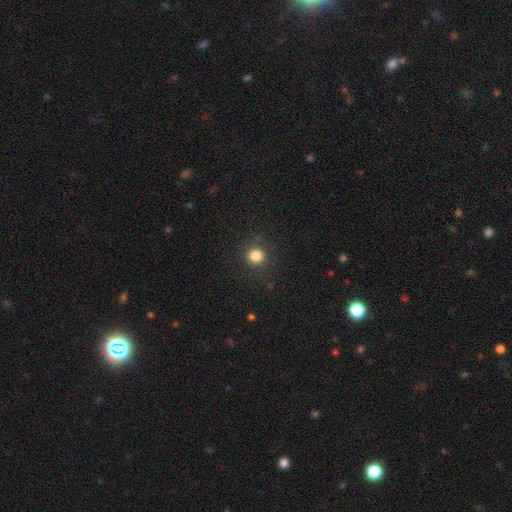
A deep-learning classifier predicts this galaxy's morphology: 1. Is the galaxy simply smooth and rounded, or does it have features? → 83% smooth, 12% star or artifact, 5% featured or disk.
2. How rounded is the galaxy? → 88% round, 11% in between, 1% cigar-shaped.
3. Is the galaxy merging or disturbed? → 87% none, 8% minor disturbance, 3% major disturbance, 1% merger.